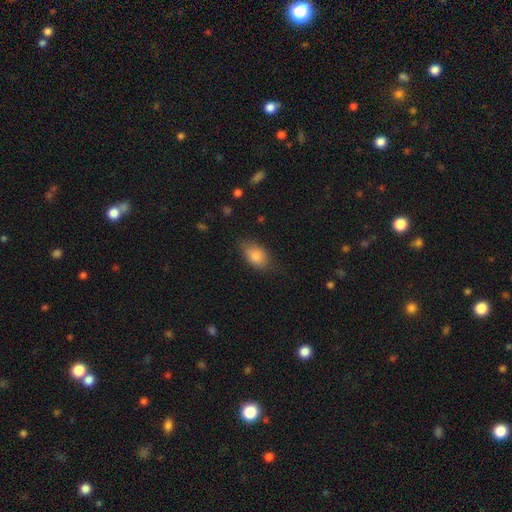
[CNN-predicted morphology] A smooth galaxy with no disk features (83%) that is in between round and cigar-shaped (87%). Merging: none (74%).